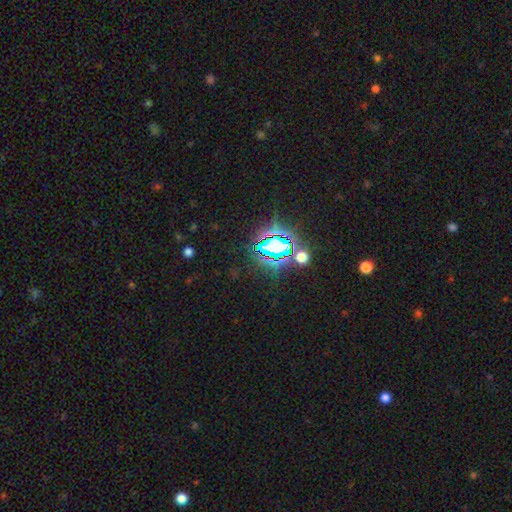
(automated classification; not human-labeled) Smooth or featured?
  - star or artifact: 82% *
  - smooth: 11%
  - featured or disk: 7%